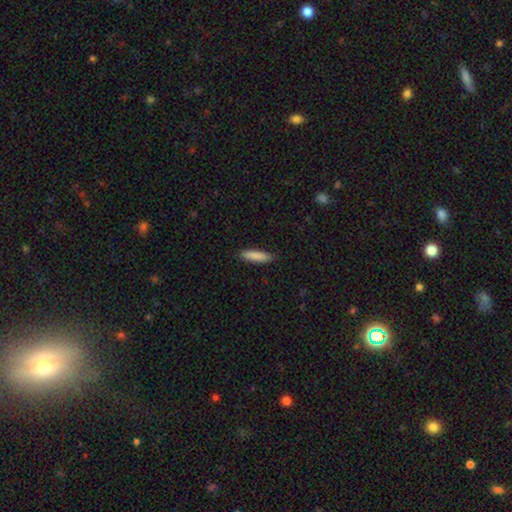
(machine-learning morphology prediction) Q: Smooth or featured?
A: smooth (87%); runner-up: featured or disk (7%)
Q: How rounded?
A: cigar-shaped (75%); runner-up: in between (24%)
Q: Merging?
A: none (88%); runner-up: minor disturbance (9%)